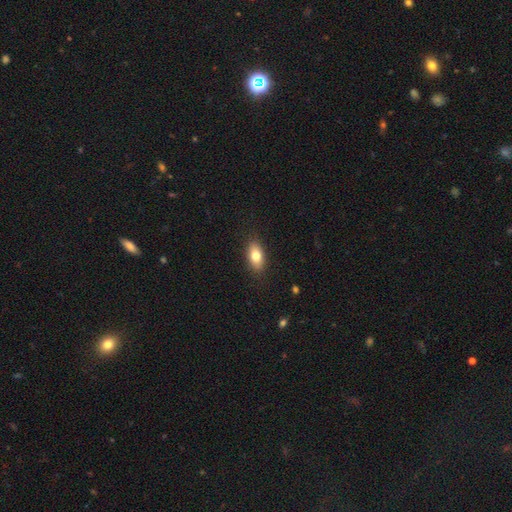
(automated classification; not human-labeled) Morphology: type=smooth (78%); roundness=in between (86%); merging=none (87%).